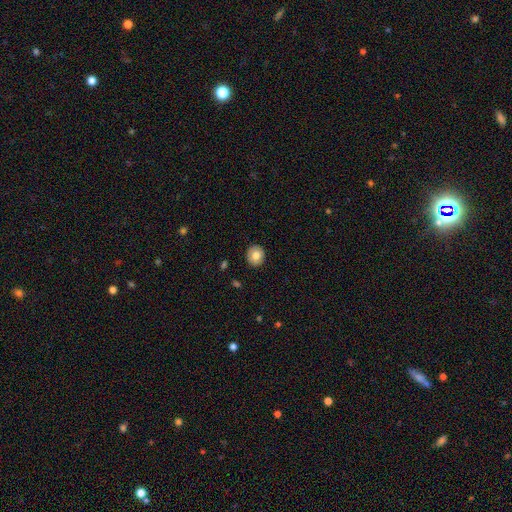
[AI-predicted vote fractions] smooth-or-featured: smooth: 77% | featured or disk: 15% | star or artifact: 8%
  how-rounded: round: 86% | in between: 13% | cigar-shaped: 1%
  merging: none: 91% | minor disturbance: 7% | major disturbance: 2% | merger: 1%